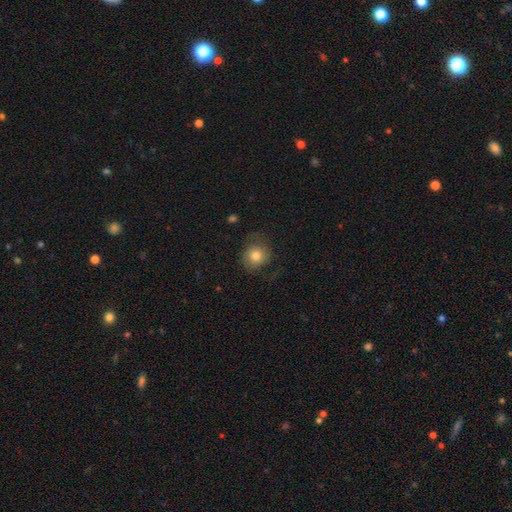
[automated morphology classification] Smooth or featured? smooth (75%)
How rounded? round (82%)
Merging? none (67%)